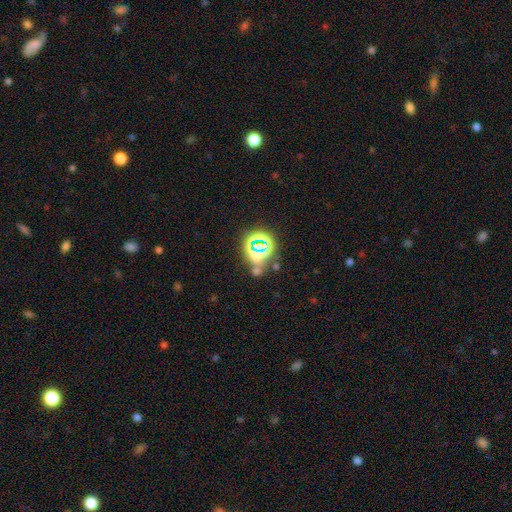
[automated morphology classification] smooth-or-featured: star or artifact: 61% | smooth: 27% | featured or disk: 12%